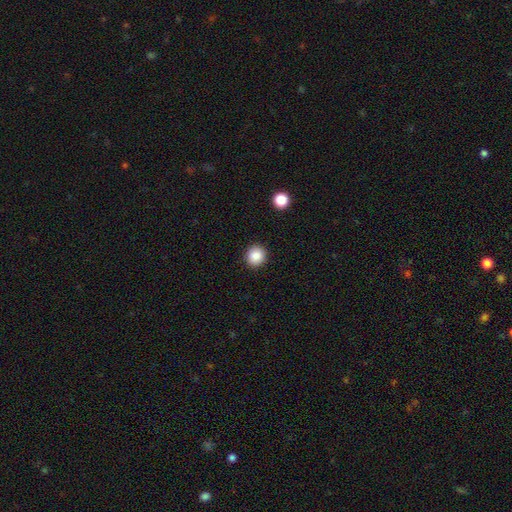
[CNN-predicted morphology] Smooth or featured? smooth (87%)
How rounded? round (92%)
Merging? none (92%)